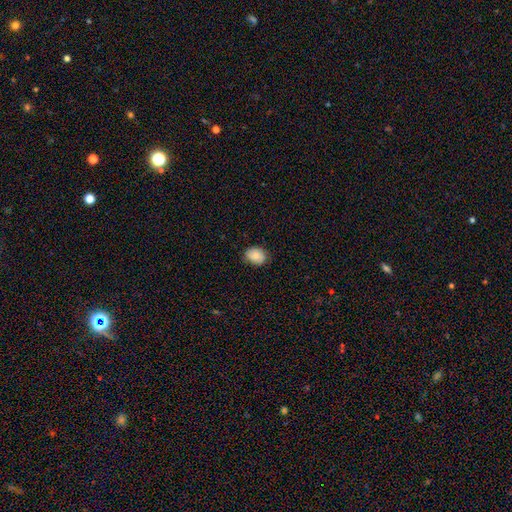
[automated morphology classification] Smooth or featured?
  - smooth: 83% *
  - featured or disk: 10%
  - star or artifact: 8%
How rounded?
  - in between: 57% *
  - round: 42%
  - cigar-shaped: 1%
Merging?
  - none: 79% *
  - minor disturbance: 17%
  - major disturbance: 3%
  - merger: 1%